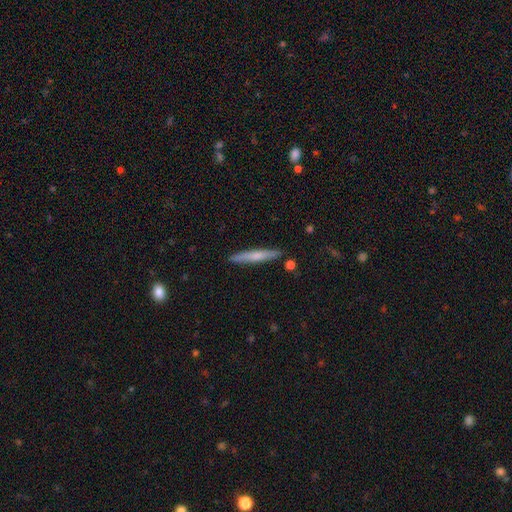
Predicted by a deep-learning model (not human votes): smooth-or-featured: smooth: 57% | featured or disk: 37% | star or artifact: 6%
  how-rounded: cigar-shaped: 95% | in between: 4% | round: 1%
  merging: none: 89% | minor disturbance: 8% | merger: 2% | major disturbance: 1%